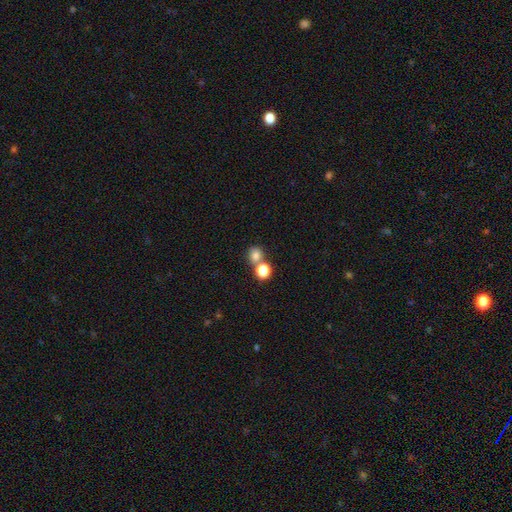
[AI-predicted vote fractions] Smooth or featured: smooth — 78% (star or artifact — 15%)
How rounded: round — 79% (in between — 20%)
Merging: none — 55% (merger — 35%)